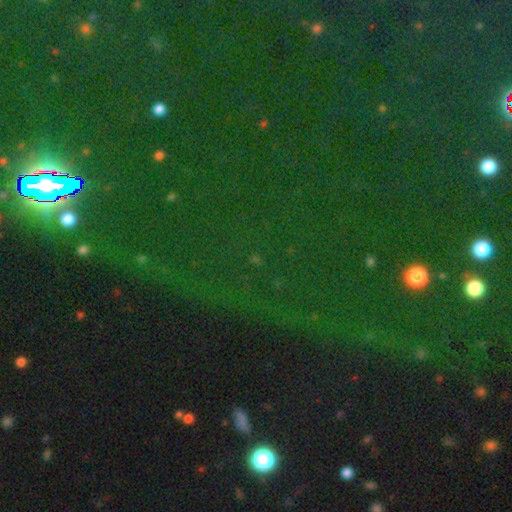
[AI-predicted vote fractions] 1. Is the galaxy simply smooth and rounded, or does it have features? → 81% star or artifact, 11% smooth, 8% featured or disk.